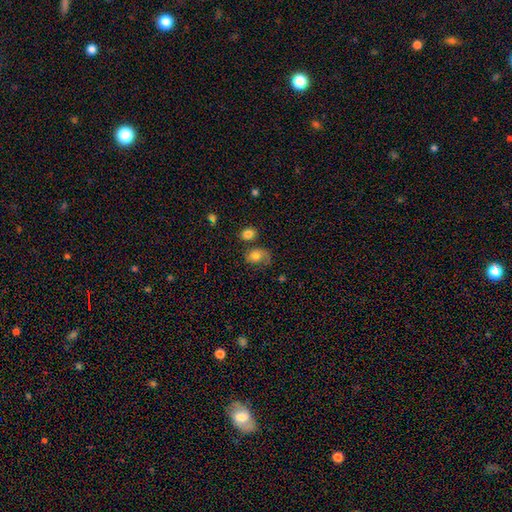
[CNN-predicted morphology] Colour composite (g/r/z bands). It shows a smooth galaxy with no disk features (58%) that is in between round and cigar-shaped (58%). Merging: none (41%).